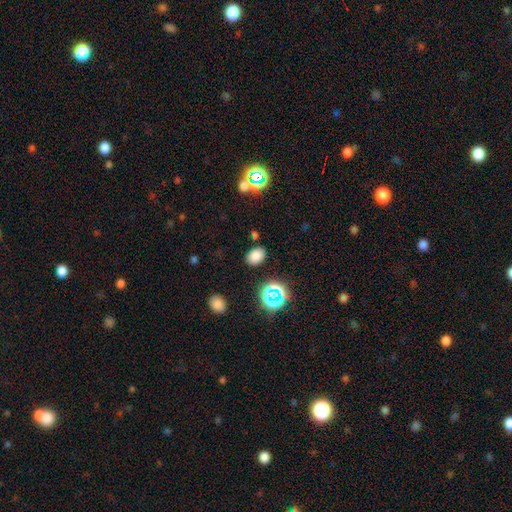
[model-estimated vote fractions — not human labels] Smooth or featured: smooth — 77% (star or artifact — 18%)
How rounded: in between — 70% (round — 29%)
Merging: none — 84% (minor disturbance — 10%)